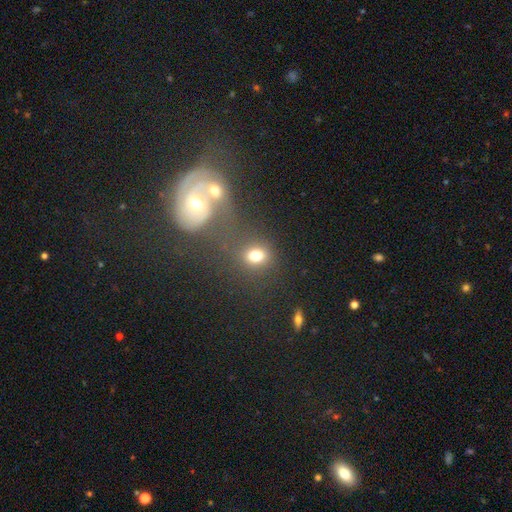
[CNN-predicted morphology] This appears to be a smooth galaxy with no disk features (75%) that is round (57%). Merging: none (69%).